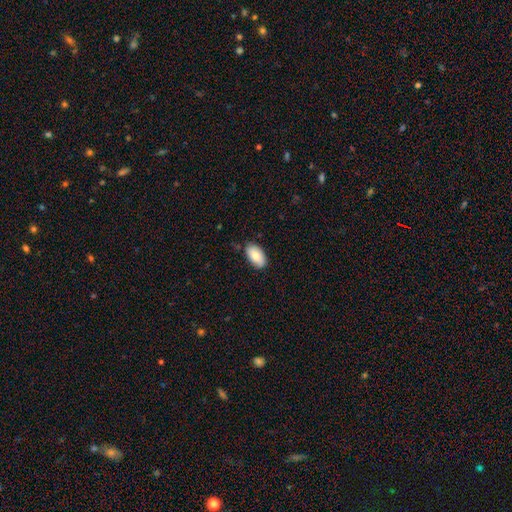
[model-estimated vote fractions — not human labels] Smooth or featured? Predicted: smooth (p=0.81). How rounded? Predicted: in between (p=0.94). Merging? Predicted: none (p=0.81).